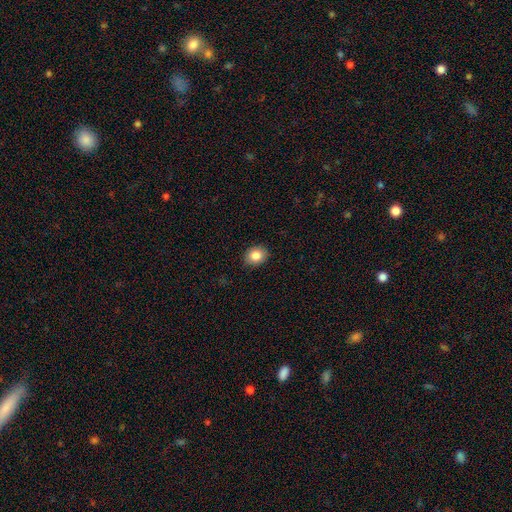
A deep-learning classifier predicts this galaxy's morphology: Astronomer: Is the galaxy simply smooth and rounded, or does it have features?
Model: smooth — 84%.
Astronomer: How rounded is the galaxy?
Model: round — 52% (runner-up: in between, 47%).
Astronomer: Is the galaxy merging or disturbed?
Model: none — 89%.